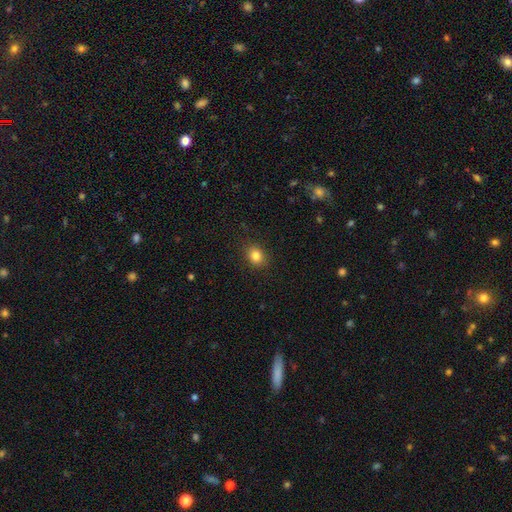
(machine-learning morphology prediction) This appears to be a smooth galaxy with no disk features (83%) that is round (54%). Merging: none (88%).